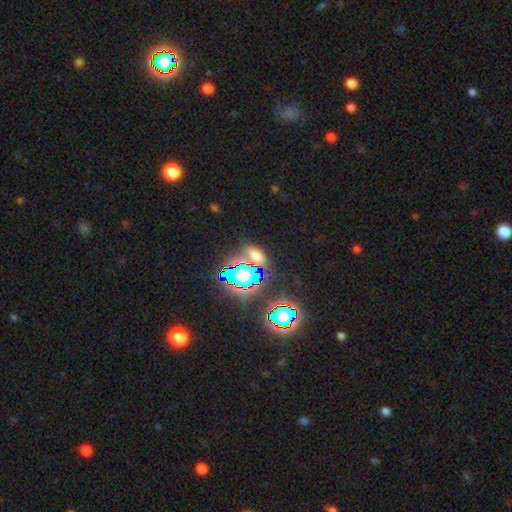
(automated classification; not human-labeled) Smooth or featured: star or artifact — 47% (smooth — 41%)